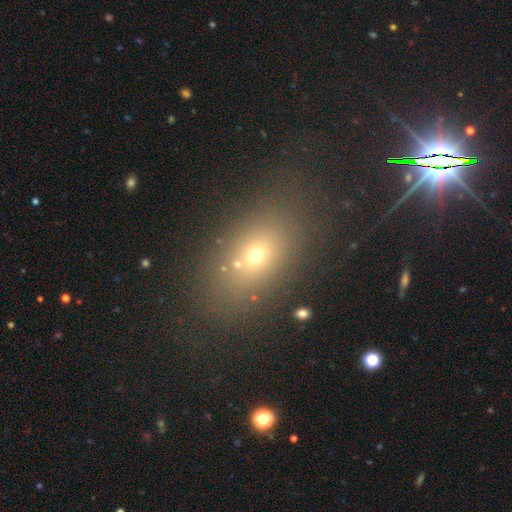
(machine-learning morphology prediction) Smooth or featured: smooth — 57% (star or artifact — 25%)
How rounded: in between — 70% (round — 26%)
Merging: none — 73% (minor disturbance — 11%)